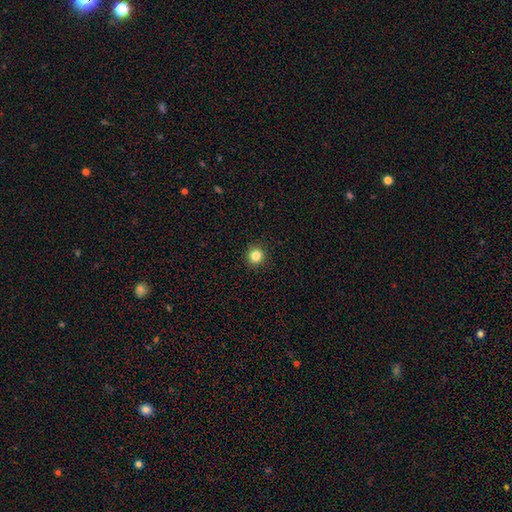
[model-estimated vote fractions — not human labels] Overall: smooth (83%). How rounded: round (94%). Merging: none (93%).